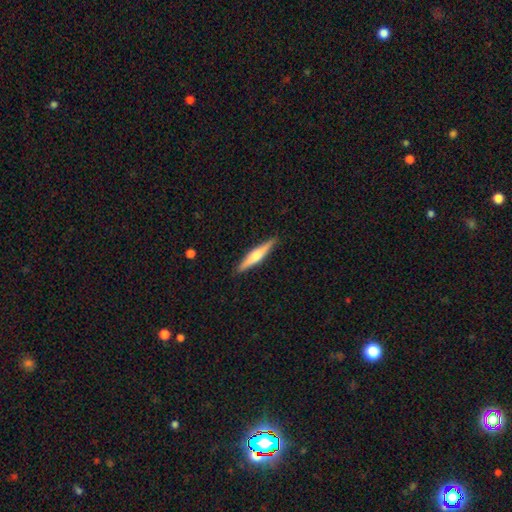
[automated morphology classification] featured or disk 52%, smooth 43%, star or artifact 5%. Down the decision tree: edge-on disk — yes (97%); merging — none (90%).